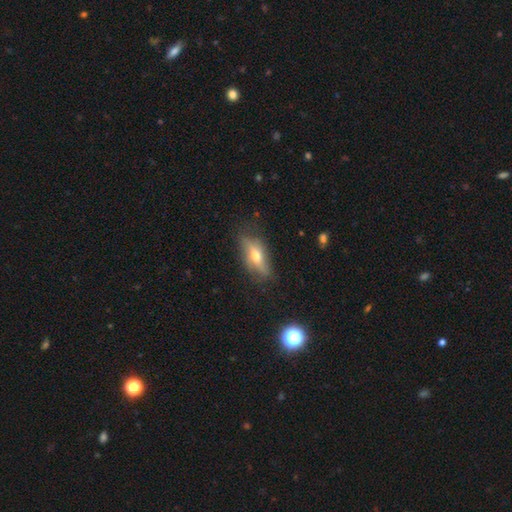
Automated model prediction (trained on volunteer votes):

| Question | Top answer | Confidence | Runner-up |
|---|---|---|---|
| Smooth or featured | smooth | 47% | featured or disk (44%) |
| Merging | none | 71% | minor disturbance (21%) |